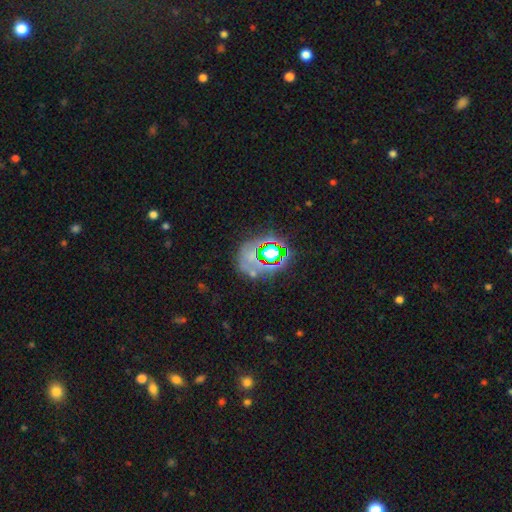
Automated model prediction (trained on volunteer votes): Smooth or featured? Predicted: star or artifact (p=0.66).